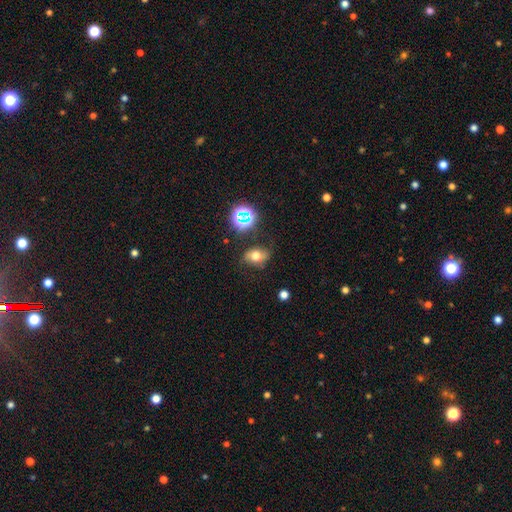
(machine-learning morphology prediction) Smooth or featured?
  - smooth: 58% *
  - featured or disk: 22%
  - star or artifact: 19%
How rounded?
  - in between: 71% *
  - round: 27%
  - cigar-shaped: 2%
Merging?
  - none: 70% *
  - minor disturbance: 21%
  - major disturbance: 7%
  - merger: 3%